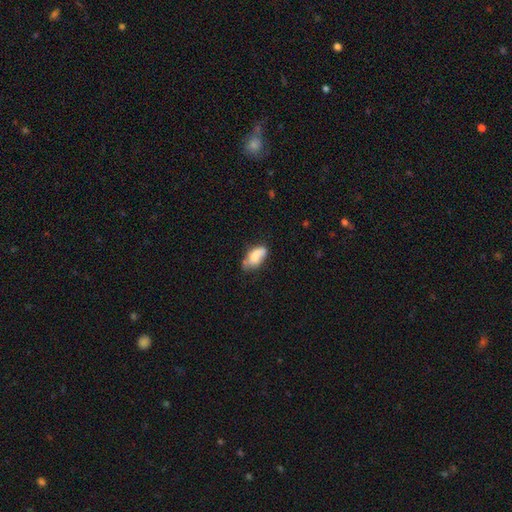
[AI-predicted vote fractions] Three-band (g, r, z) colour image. It shows a smooth galaxy with no disk features (73%) that is in between round and cigar-shaped (89%). Merging: none (42%).